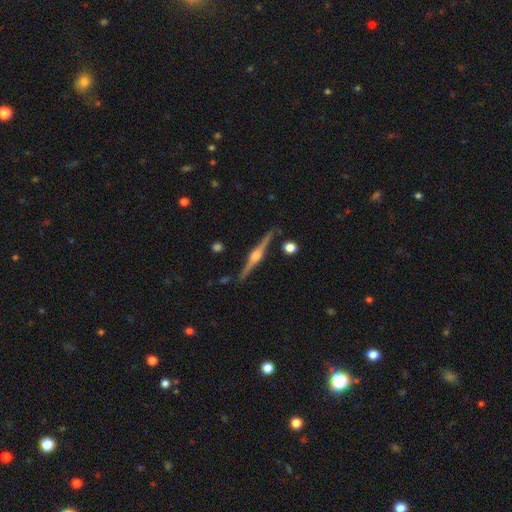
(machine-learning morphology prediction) Smooth or featured? featured or disk (88%)
Edge-on disk? yes (98%)
Edge-on bulge? rounded (93%)
Merging? none (89%)